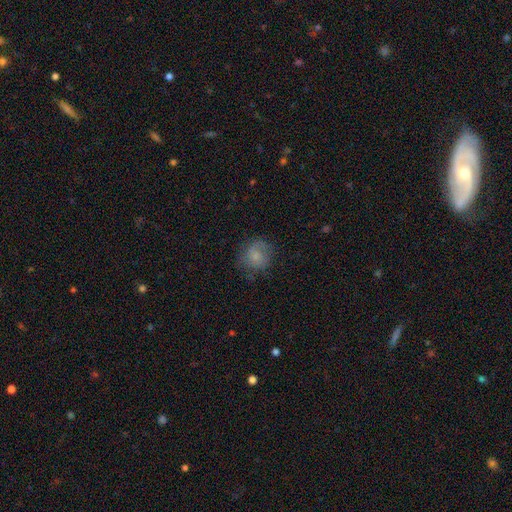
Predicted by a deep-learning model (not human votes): smooth_or_featured: smooth (p=0.69) [alt: featured or disk p=0.22]
how_rounded: round (p=0.79) [alt: in between p=0.20]
merging: none (p=0.63) [alt: minor disturbance p=0.23]